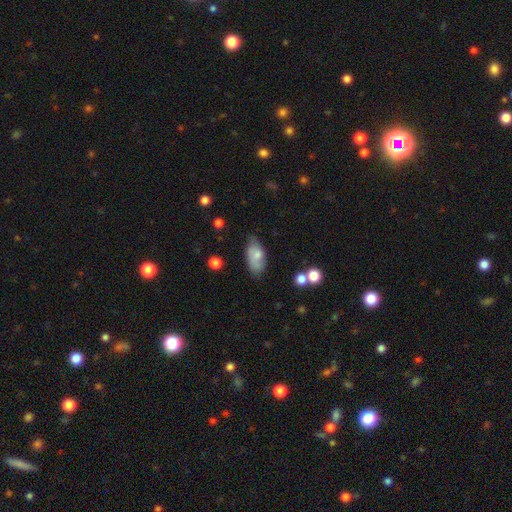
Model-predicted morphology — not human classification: This is likely a smooth galaxy (69%). How rounded: clearly in between (91%). Merging: likely none (61%).